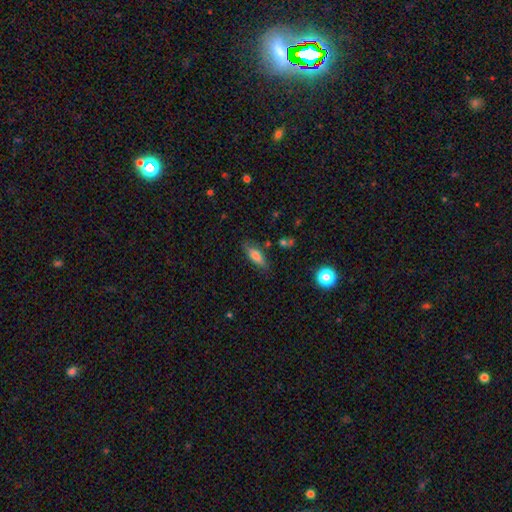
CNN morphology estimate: Smooth or featured: smooth — 74% (featured or disk — 19%)
How rounded: in between — 64% (cigar-shaped — 34%)
Merging: none — 78% (minor disturbance — 16%)